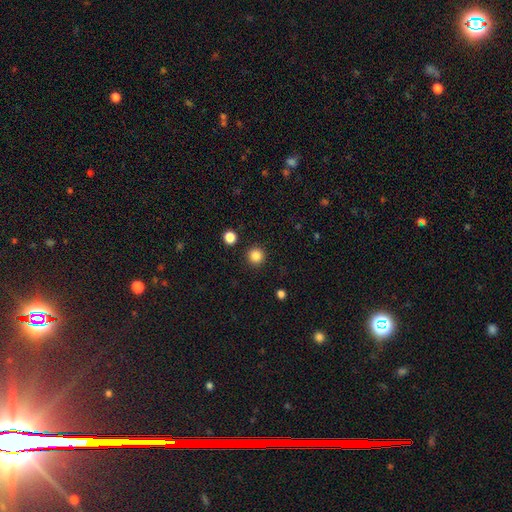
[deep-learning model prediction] The model was most divided on "smooth or featured": smooth: 85%, star or artifact: 11%, featured or disk: 3%. More confident: how rounded — round (95%); merging — none (92%).